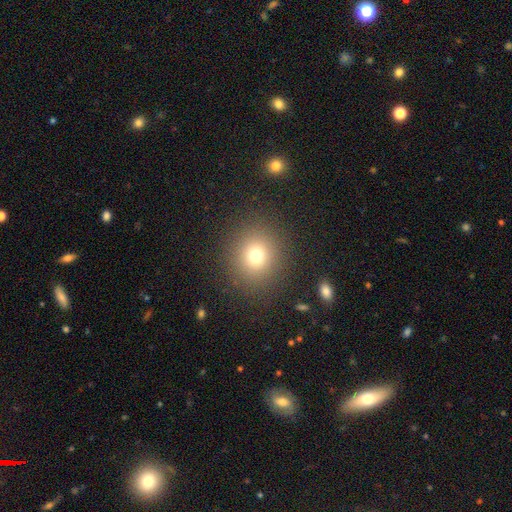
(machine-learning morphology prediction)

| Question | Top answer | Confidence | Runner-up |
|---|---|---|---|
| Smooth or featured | smooth | 73% | star or artifact (17%) |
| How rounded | round | 87% | in between (12%) |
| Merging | none | 88% | minor disturbance (6%) |